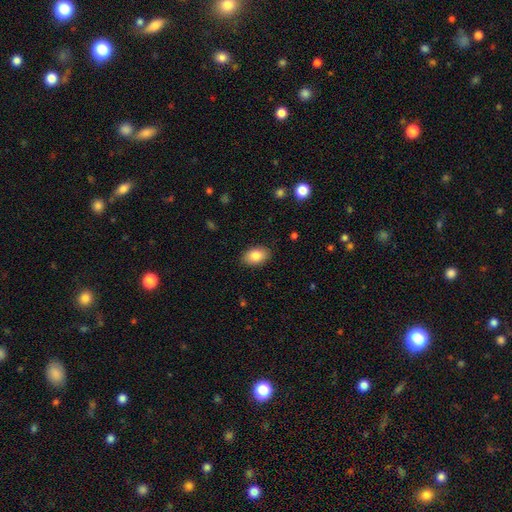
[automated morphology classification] This is clearly a smooth galaxy (84%). How rounded: clearly in between (89%). Merging: clearly none (88%).